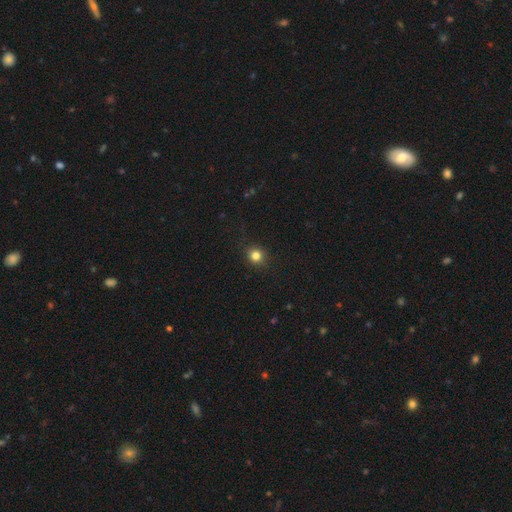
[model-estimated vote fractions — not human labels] Smooth or featured? Predicted: smooth (p=0.82). How rounded? Predicted: round (p=0.87). Merging? Predicted: none (p=0.89).